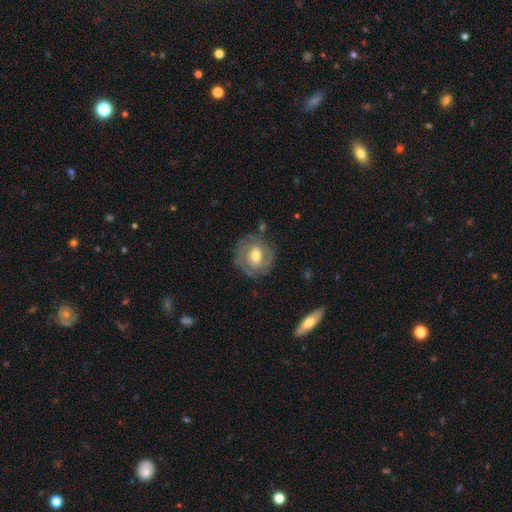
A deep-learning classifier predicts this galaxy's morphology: A featured or disk galaxy (72%) with no bar (45%), 2 (51%) tight (64%) spiral arms (83%) and a moderate central bulge (72%).

Vote fractions:
- Smooth or featured? featured or disk: 72% / smooth: 22% / star or artifact: 6%
- Edge-on disk? no: 97% / yes: 3%
- Bar? no: 45% / weak: 42% / strong: 13%
- Spiral arms? yes: 83% / no: 17%
- Spiral winding? tight: 64% / medium: 28% / loose: 8%
- Spiral arm count? 2: 51% / can't tell: 27% / 3: 11% / 1: 5% / 4: 3% / more than 4: 3%
- Bulge size? moderate: 72% / small: 15% / large: 11% / none: 1% / dominant: 1%
- Merging? none: 76% / minor disturbance: 16% / major disturbance: 7% / merger: 2%